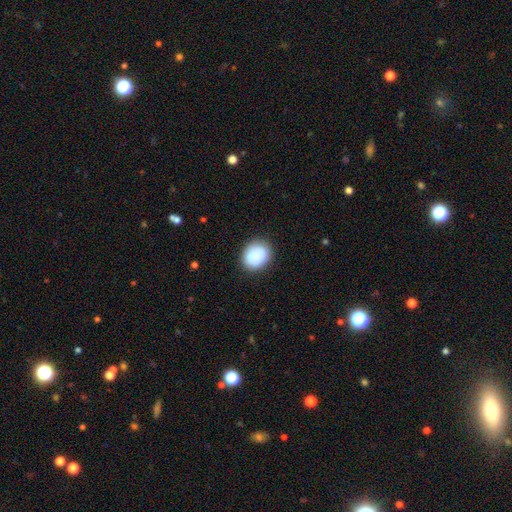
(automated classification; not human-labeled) This is clearly a smooth galaxy (87%). How rounded: likely round (61%). Merging: clearly none (84%).